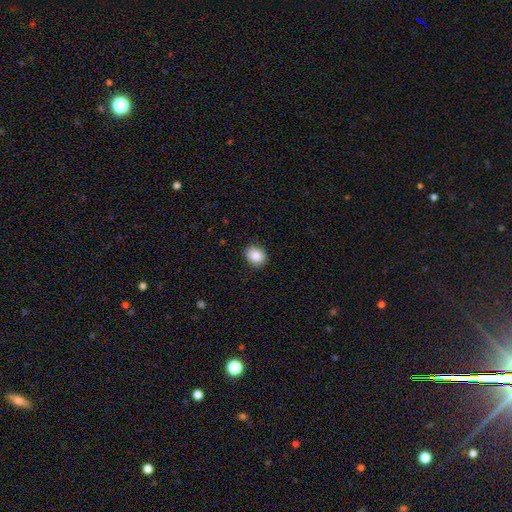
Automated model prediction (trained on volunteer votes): This is clearly a smooth galaxy (87%). How rounded: possibly round (54%). Merging: clearly none (88%).